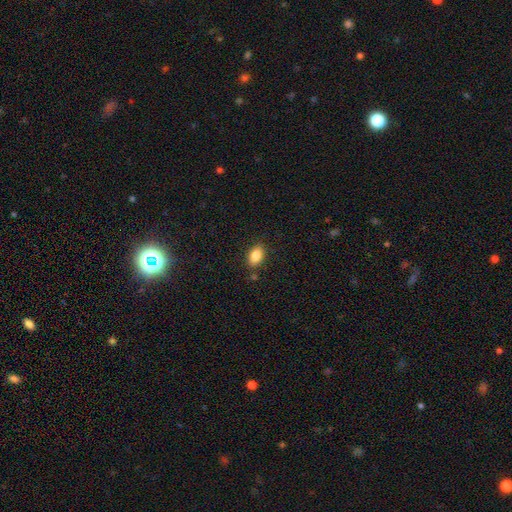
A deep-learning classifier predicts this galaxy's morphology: Smooth or featured? Predicted: smooth (p=0.86). How rounded? Predicted: in between (p=0.88). Merging? Predicted: none (p=0.85).